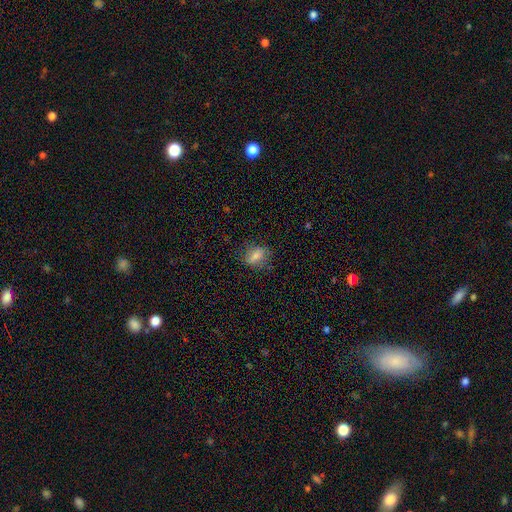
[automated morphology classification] A smooth galaxy with no disk features (72%) that is in between round and cigar-shaped (63%).

Vote fractions:
- Smooth or featured? smooth: 72% / featured or disk: 17% / star or artifact: 11%
- How rounded? in between: 63% / round: 32% / cigar-shaped: 4%
- Merging? none: 75% / minor disturbance: 18% / major disturbance: 6% / merger: 1%